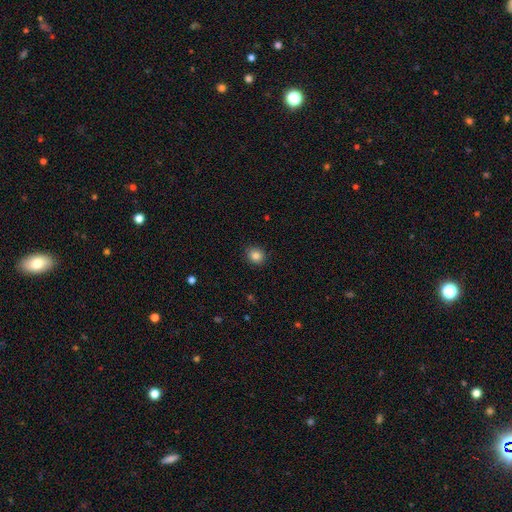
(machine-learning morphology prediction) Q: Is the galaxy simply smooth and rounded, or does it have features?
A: smooth — 84%.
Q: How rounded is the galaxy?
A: round — 72%.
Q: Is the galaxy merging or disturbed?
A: none — 88%.